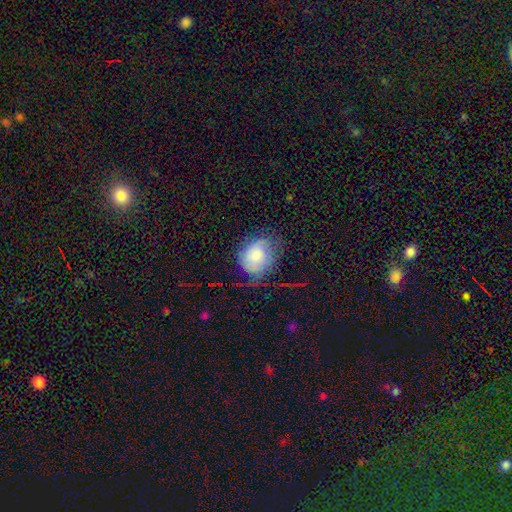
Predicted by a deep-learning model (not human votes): Smooth or featured? Predicted: smooth (p=0.54). How rounded? Predicted: round (p=0.53). Merging? Predicted: none (p=0.42).